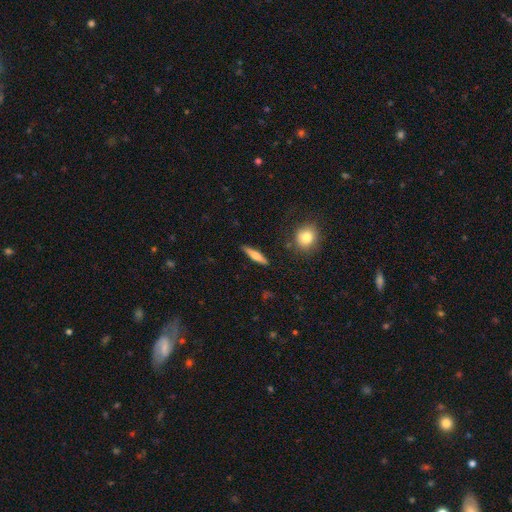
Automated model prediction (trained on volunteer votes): The model was most divided on "smooth or featured": smooth: 59%, featured or disk: 35%, star or artifact: 6%. More confident: merging — none (86%); how rounded — cigar-shaped (83%).